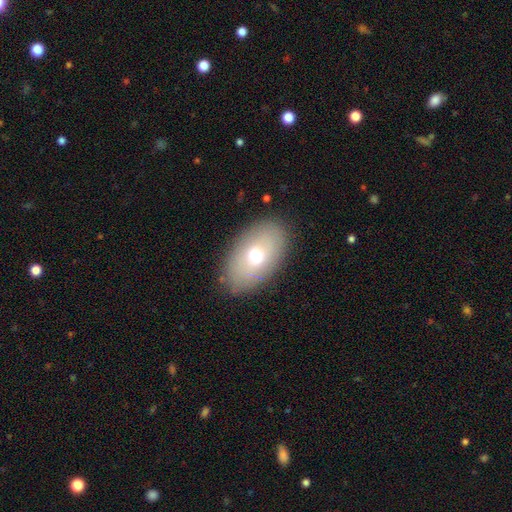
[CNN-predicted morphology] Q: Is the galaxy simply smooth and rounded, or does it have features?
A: smooth — 66%.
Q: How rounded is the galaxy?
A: in between — 90%.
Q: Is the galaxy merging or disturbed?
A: none — 86%.